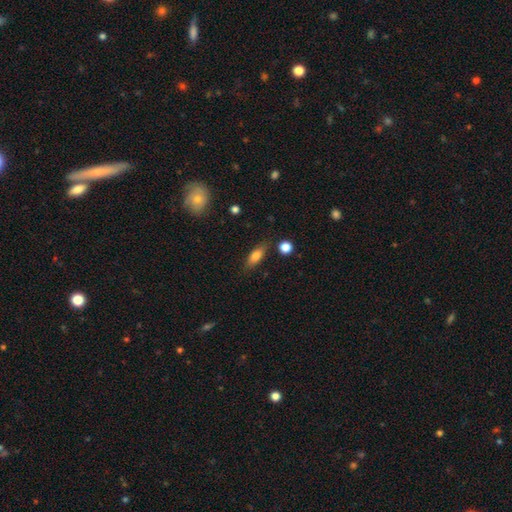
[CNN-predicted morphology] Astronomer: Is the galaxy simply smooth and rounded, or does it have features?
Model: smooth — 75%.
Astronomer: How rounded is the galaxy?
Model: in between — 68%.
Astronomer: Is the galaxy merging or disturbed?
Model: none — 79%.